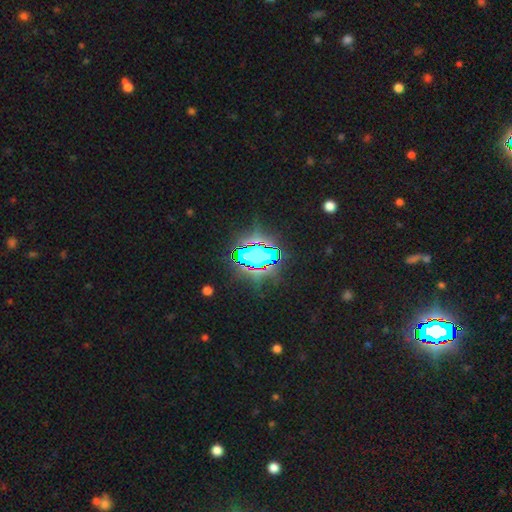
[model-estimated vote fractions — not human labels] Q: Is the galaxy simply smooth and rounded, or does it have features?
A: star or artifact — 71%.